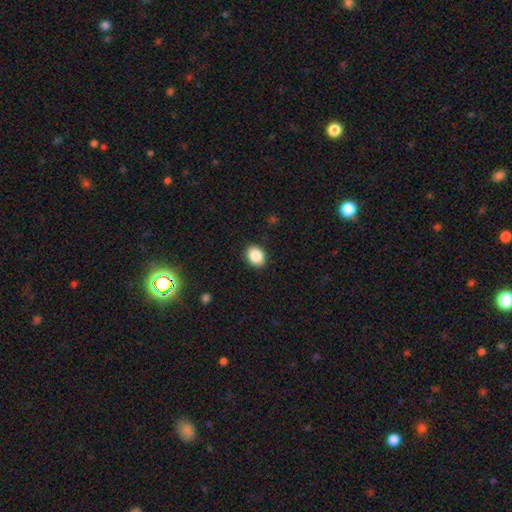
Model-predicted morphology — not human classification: Smooth or featured?
  - smooth: 87% *
  - star or artifact: 9%
  - featured or disk: 4%
How rounded?
  - in between: 56% *
  - round: 43%
  - cigar-shaped: 1%
Merging?
  - none: 89% *
  - minor disturbance: 8%
  - major disturbance: 2%
  - merger: 1%